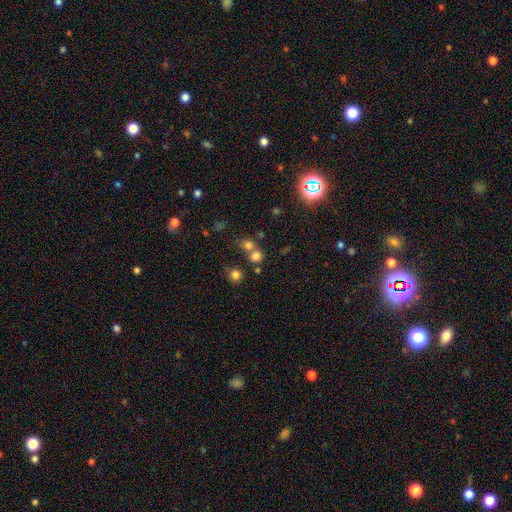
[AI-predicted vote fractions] A smooth galaxy with no disk features (72%) that is round (82%). Merging: none (52%).